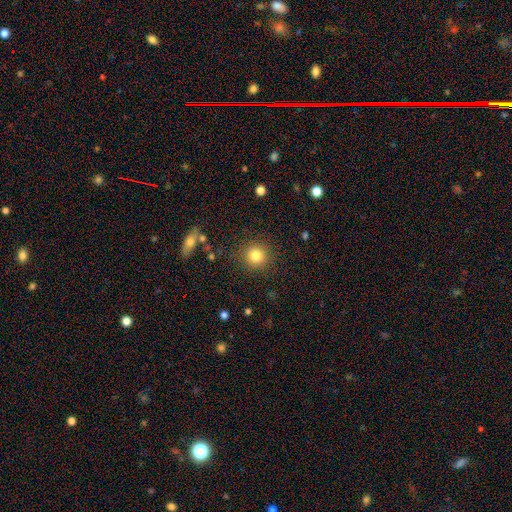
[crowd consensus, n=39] Smooth or featured? 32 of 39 (82%) said smooth. How rounded? 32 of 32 (100%) said round. Merging? 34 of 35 (97%) said none.